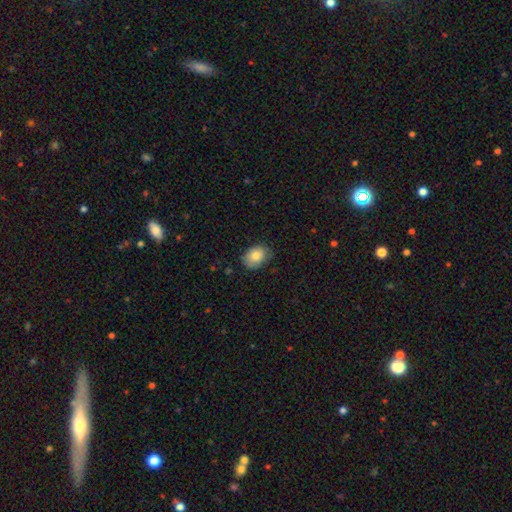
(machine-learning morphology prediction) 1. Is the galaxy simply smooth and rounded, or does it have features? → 82% smooth, 11% featured or disk, 8% star or artifact.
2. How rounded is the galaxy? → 70% in between, 29% round, 1% cigar-shaped.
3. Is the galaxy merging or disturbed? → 72% none, 23% minor disturbance, 4% major disturbance, 1% merger.